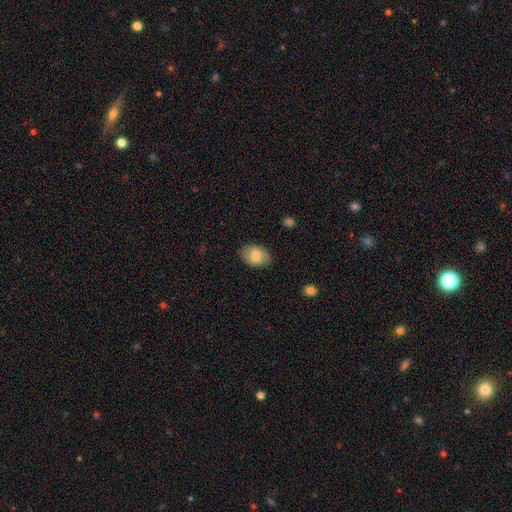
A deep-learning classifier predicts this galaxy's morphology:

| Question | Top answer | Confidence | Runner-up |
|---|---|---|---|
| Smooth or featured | smooth | 79% | featured or disk (14%) |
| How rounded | in between | 83% | round (16%) |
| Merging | none | 84% | minor disturbance (13%) |